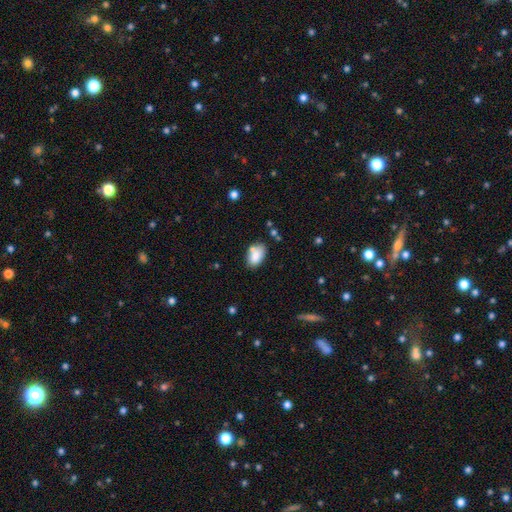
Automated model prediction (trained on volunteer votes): Overall: smooth (81%). How rounded: in between (89%). Merging: none (59%; minor disturbance 20%).